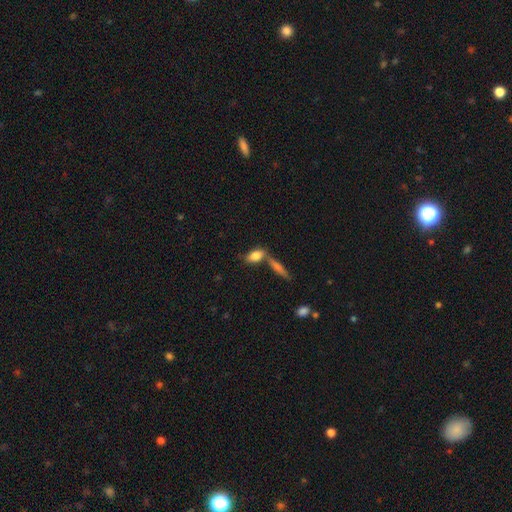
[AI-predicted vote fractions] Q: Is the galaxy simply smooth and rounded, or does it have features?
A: smooth — 79%.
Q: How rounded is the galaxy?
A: in between — 80%.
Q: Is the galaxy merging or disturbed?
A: none — 49%.